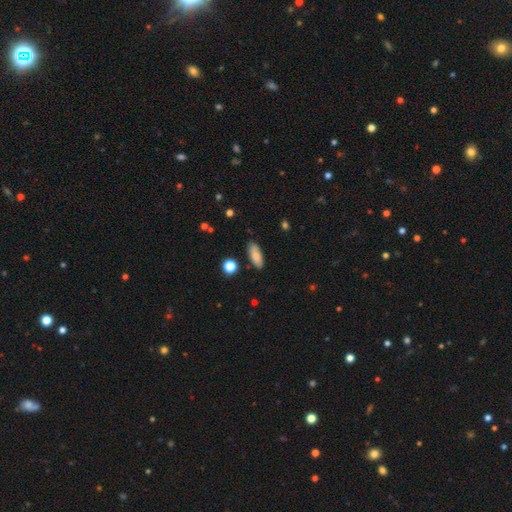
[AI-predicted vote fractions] This is clearly a smooth galaxy (82%). How rounded: likely in between (73%). Merging: clearly none (85%).